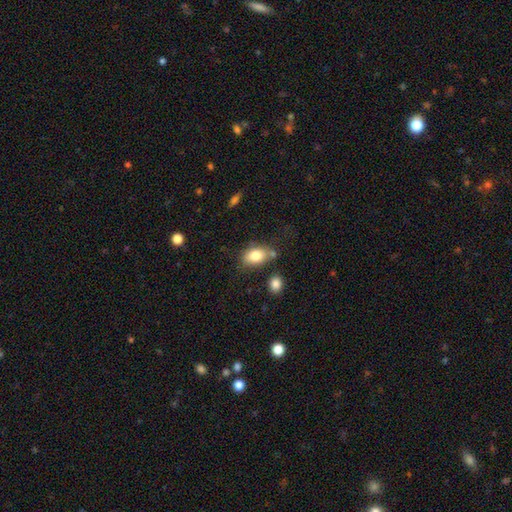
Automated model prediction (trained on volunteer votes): Smooth or featured?
  - smooth: 81% *
  - featured or disk: 11%
  - star or artifact: 8%
How rounded?
  - in between: 87% *
  - round: 12%
  - cigar-shaped: 2%
Merging?
  - none: 66% *
  - minor disturbance: 18%
  - merger: 11%
  - major disturbance: 5%